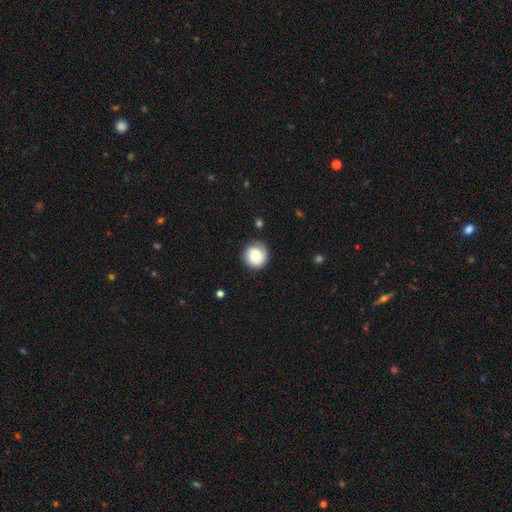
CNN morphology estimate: Smooth or featured? Predicted: smooth (p=0.74). How rounded? Predicted: round (p=0.91). Merging? Predicted: none (p=0.78).